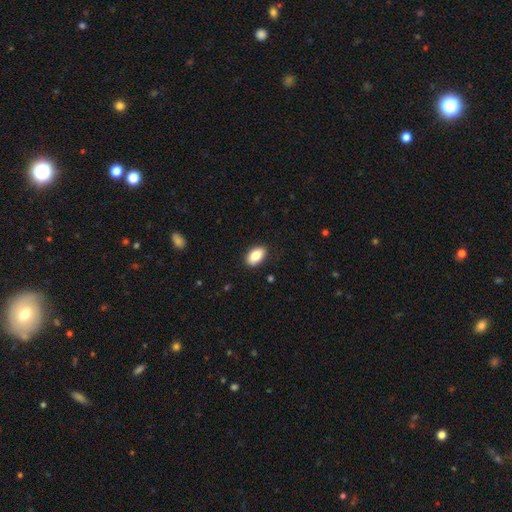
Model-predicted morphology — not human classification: Smooth or featured? Predicted: smooth (p=0.83). How rounded? Predicted: in between (p=0.91). Merging? Predicted: none (p=0.88).